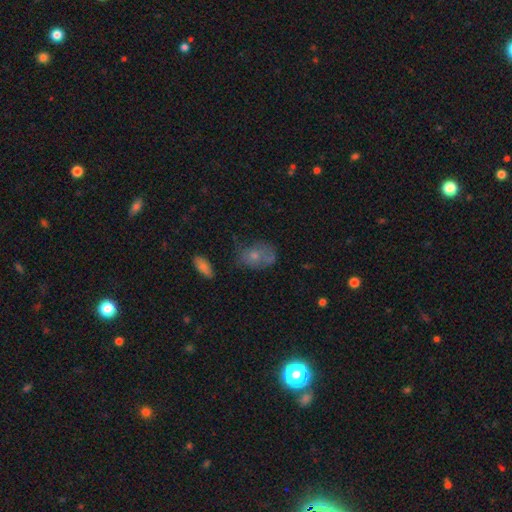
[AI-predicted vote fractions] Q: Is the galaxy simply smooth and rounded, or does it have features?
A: smooth — 61%.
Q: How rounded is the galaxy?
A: in between — 74%.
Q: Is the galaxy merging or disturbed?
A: none — 44%.